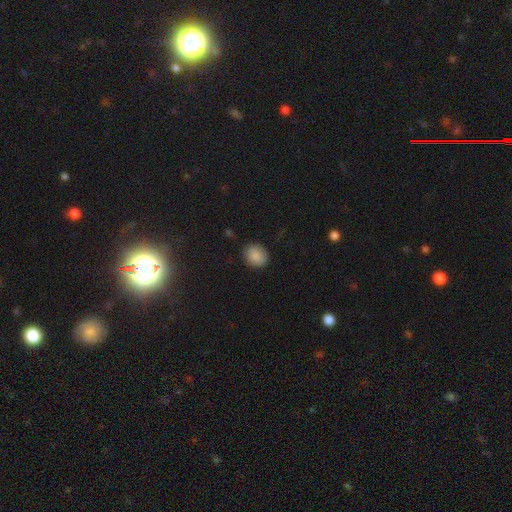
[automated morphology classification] The model was most divided on "how rounded": round: 66%, in between: 33%, cigar-shaped: 1%. More confident: smooth or featured — smooth (87%); merging — none (87%).